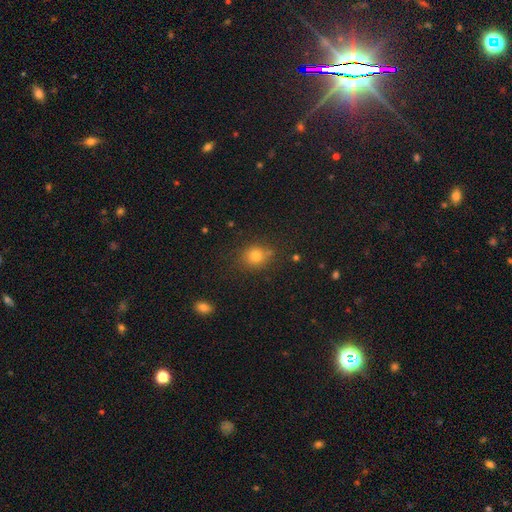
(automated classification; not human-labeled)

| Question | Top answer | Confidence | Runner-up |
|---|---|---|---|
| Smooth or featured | smooth | 77% | star or artifact (15%) |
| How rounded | round | 75% | in between (24%) |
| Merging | none | 76% | minor disturbance (13%) |